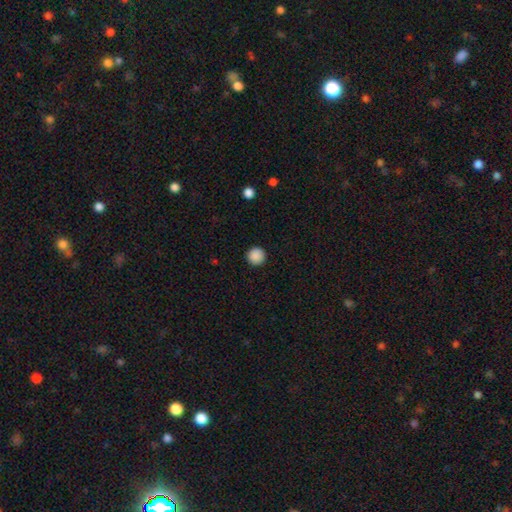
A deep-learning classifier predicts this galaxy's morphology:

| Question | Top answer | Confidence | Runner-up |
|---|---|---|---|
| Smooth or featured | smooth | 89% | star or artifact (9%) |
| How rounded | round | 96% | in between (3%) |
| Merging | none | 93% | minor disturbance (5%) |